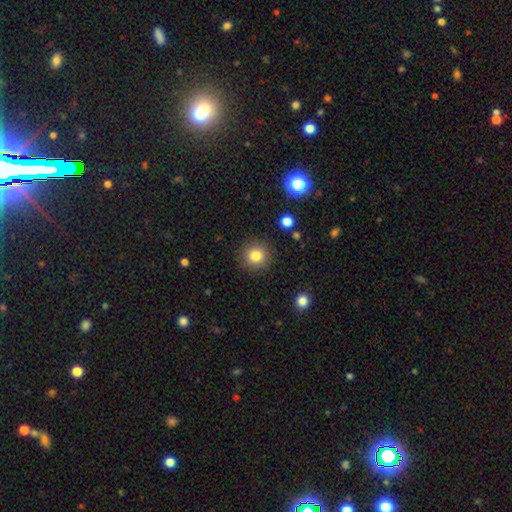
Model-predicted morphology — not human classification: smooth-or-featured: smooth: 82% | star or artifact: 12% | featured or disk: 7%
  how-rounded: round: 94% | in between: 5% | cigar-shaped: 1%
  merging: none: 90% | minor disturbance: 6% | major disturbance: 3% | merger: 1%